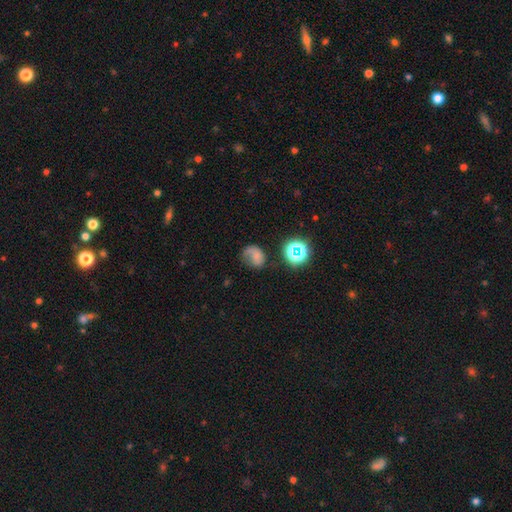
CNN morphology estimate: smooth-or-featured: smooth: 55% | featured or disk: 26% | star or artifact: 19%
  how-rounded: round: 50% | in between: 49% | cigar-shaped: 1%
  merging: none: 41% | minor disturbance: 29% | major disturbance: 26% | merger: 4%